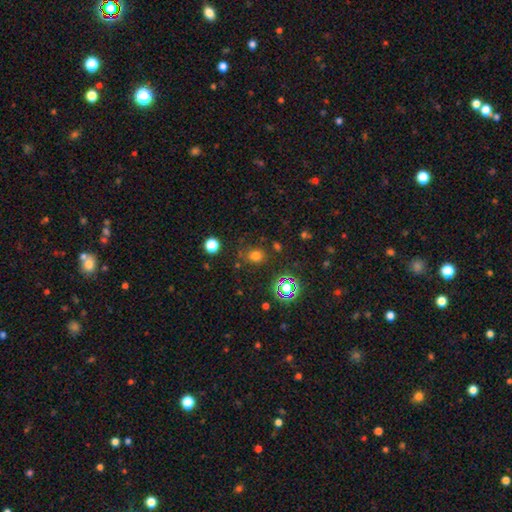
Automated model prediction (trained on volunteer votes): smooth_or_featured: smooth (p=0.68) [alt: star or artifact p=0.25]
how_rounded: round (p=0.66) [alt: in between p=0.33]
merging: none (p=0.75) [alt: minor disturbance p=0.15]